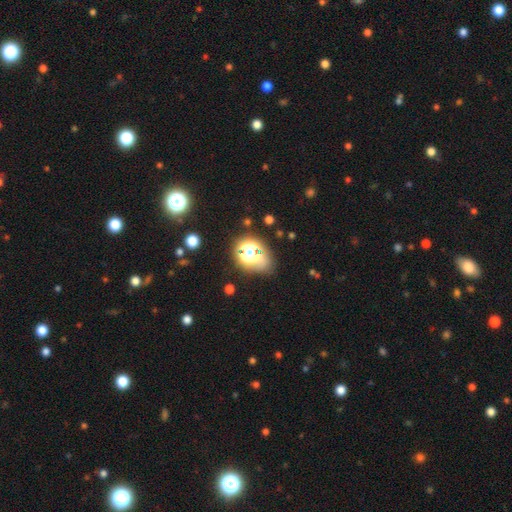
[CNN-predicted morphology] A smooth galaxy with no disk features (48%).

Vote fractions:
- Smooth or featured? smooth: 48% / star or artifact: 35% / featured or disk: 17%
- Merging? none: 59% / minor disturbance: 20% / major disturbance: 15% / merger: 6%